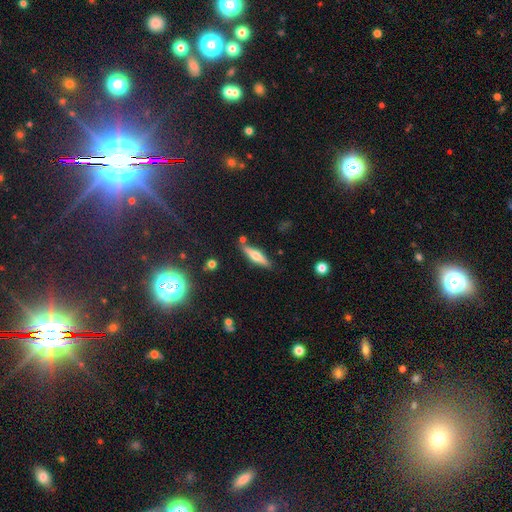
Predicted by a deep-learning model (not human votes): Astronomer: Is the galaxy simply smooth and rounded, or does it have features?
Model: featured or disk — 54% (runner-up: smooth, 38%).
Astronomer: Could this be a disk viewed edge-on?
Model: yes — 94%.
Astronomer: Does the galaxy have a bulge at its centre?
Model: rounded — 87%.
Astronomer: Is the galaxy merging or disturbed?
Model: none — 82%.